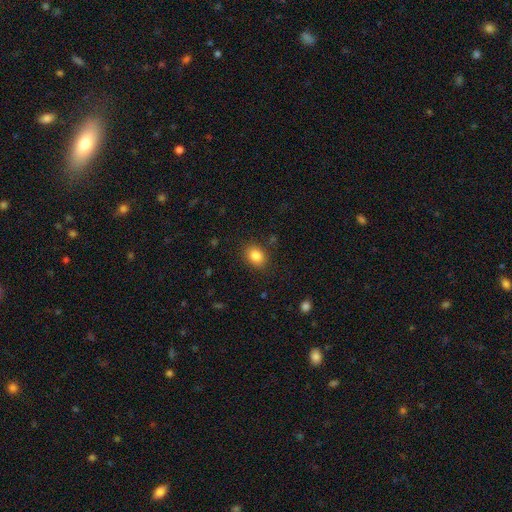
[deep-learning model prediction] Smooth or featured: smooth — 84% (star or artifact — 10%)
How rounded: in between — 58% (round — 41%)
Merging: none — 85% (minor disturbance — 10%)